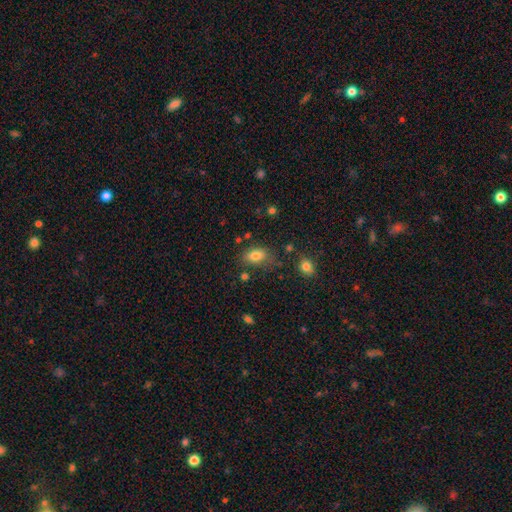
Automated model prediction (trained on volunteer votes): Overall: smooth (81%). How rounded: in between (87%). Merging: none (67%).